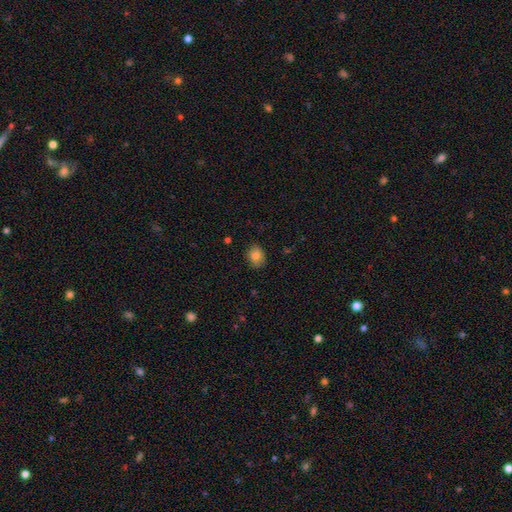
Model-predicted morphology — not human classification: smooth 81%, featured or disk 9%, star or artifact 9%. Down the decision tree: how rounded — in between (52%); merging — none (76%).